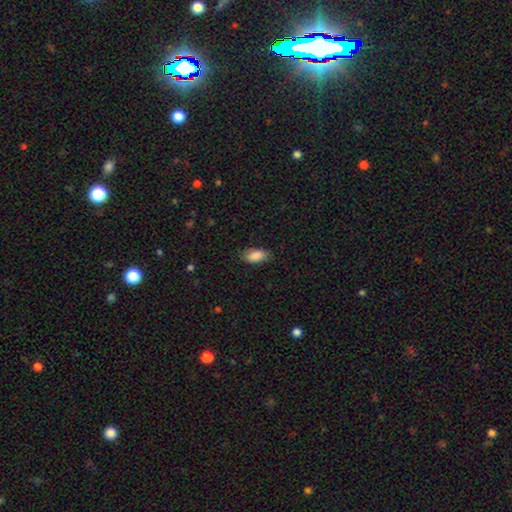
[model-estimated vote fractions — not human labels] The model was most divided on "merging": none: 81%, minor disturbance: 15%, major disturbance: 3%, merger: 1%. More confident: how rounded — in between (92%); smooth or featured — smooth (89%).